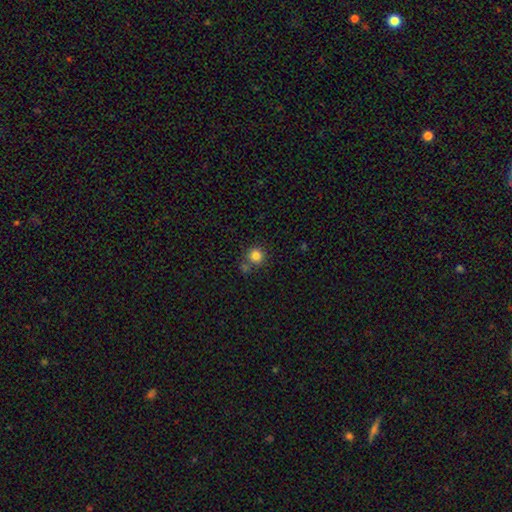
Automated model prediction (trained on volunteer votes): This appears to be a smooth galaxy with no disk features (83%) that is round (93%). Merging: none (72%).